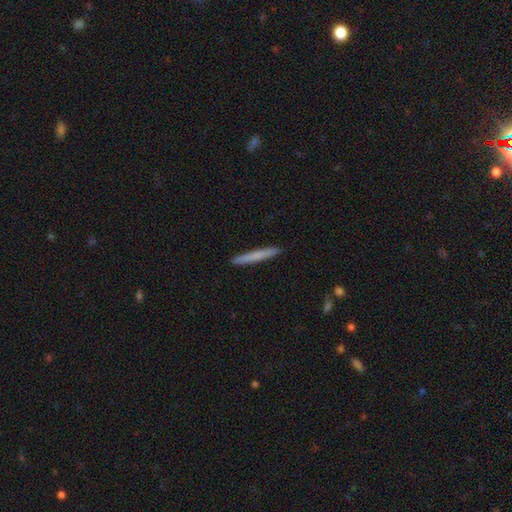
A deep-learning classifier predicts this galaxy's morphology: Smooth or featured? smooth (69%)
How rounded? cigar-shaped (97%)
Merging? none (92%)